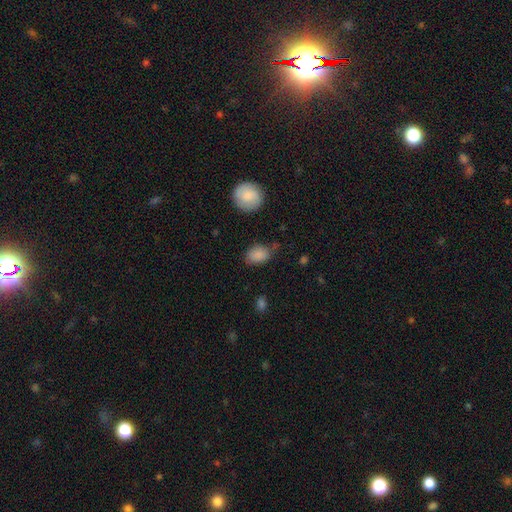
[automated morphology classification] Smooth or featured?
  - smooth: 85% *
  - star or artifact: 8%
  - featured or disk: 6%
How rounded?
  - in between: 75% *
  - round: 23%
  - cigar-shaped: 1%
Merging?
  - none: 72% *
  - minor disturbance: 20%
  - major disturbance: 5%
  - merger: 3%